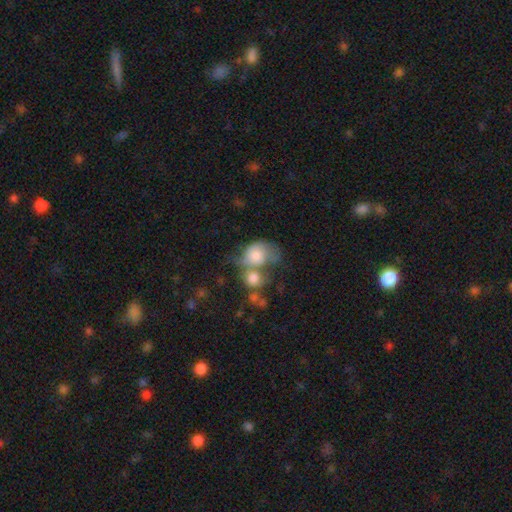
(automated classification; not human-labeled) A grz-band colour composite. It shows a smooth galaxy with no disk features (66%) that is in between round and cigar-shaped (52%). Merging: merger (55%).